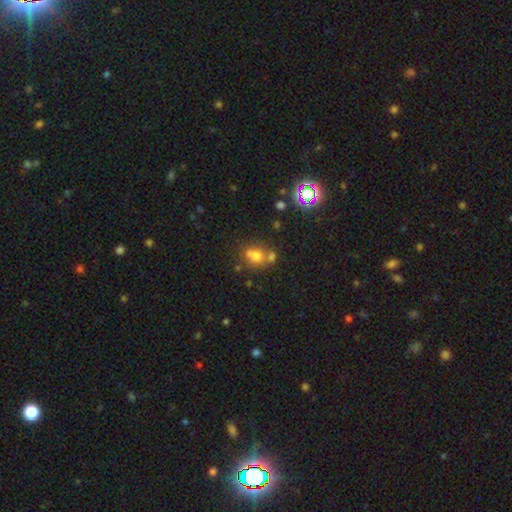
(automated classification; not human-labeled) smooth 66%, star or artifact 19%, featured or disk 15%. Down the decision tree: how rounded — round (55%); merging — none (46%).